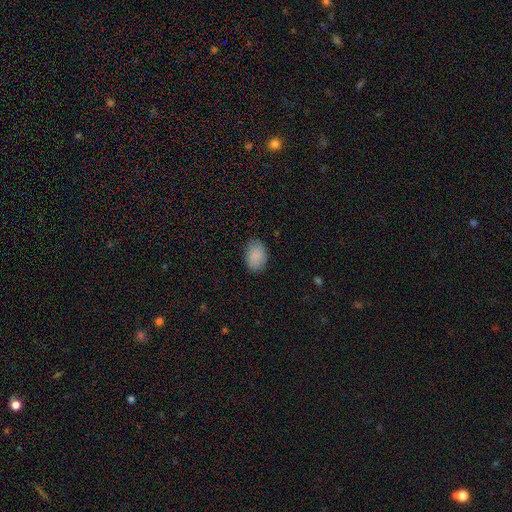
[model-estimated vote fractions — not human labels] Overall: smooth (89%). How rounded: in between (78%). Merging: none (84%).